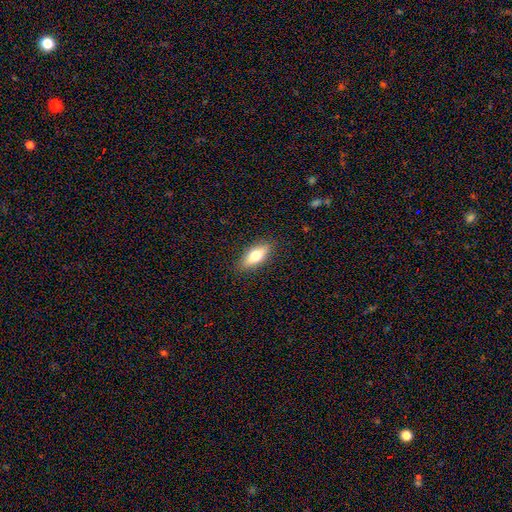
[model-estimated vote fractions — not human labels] Smooth or featured?
  - smooth: 66% *
  - featured or disk: 27%
  - star or artifact: 7%
How rounded?
  - in between: 72% *
  - cigar-shaped: 24%
  - round: 4%
Merging?
  - none: 88% *
  - minor disturbance: 9%
  - major disturbance: 2%
  - merger: 1%